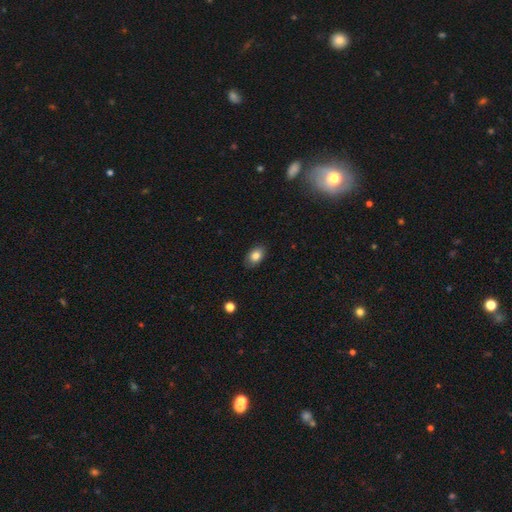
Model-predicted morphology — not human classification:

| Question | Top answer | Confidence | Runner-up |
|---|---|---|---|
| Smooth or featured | smooth | 83% | featured or disk (9%) |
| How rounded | in between | 85% | round (13%) |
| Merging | none | 84% | minor disturbance (12%) |